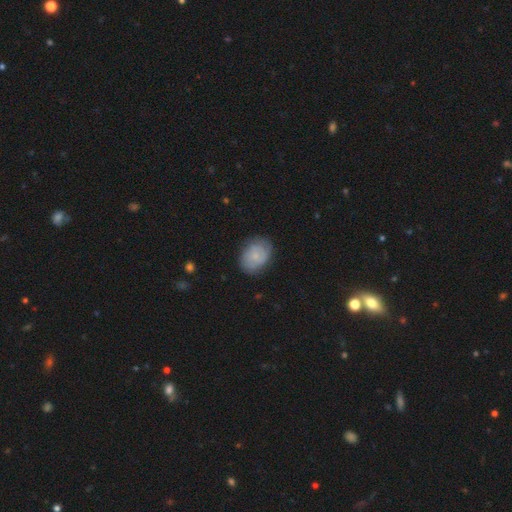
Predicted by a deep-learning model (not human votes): smooth 59%, featured or disk 34%, star or artifact 7%. Down the decision tree: how rounded — in between (68%); merging — none (74%).